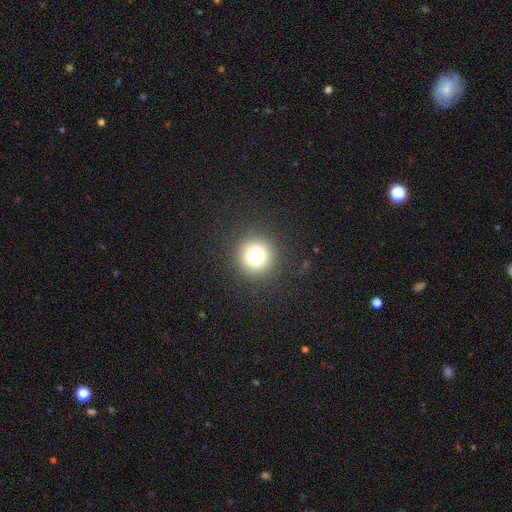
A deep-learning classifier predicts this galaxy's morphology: A smooth galaxy with no disk features (76%) that is round (95%).

Vote fractions:
- Smooth or featured? smooth: 76% / star or artifact: 15% / featured or disk: 9%
- How rounded? round: 95% / in between: 4% / cigar-shaped: 1%
- Merging? none: 91% / minor disturbance: 6% / major disturbance: 3% / merger: 1%